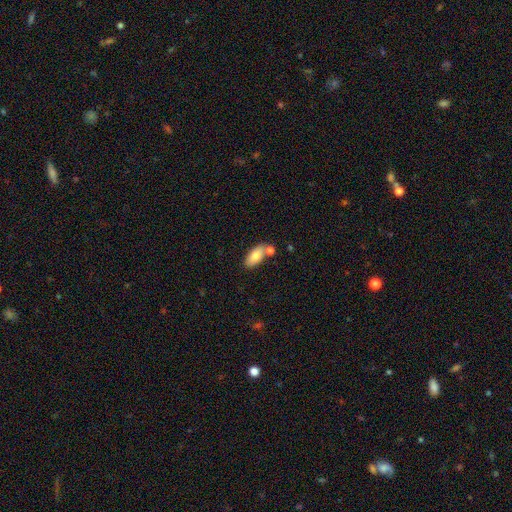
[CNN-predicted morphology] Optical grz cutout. It shows a smooth galaxy with no disk features (79%) that is in between round and cigar-shaped (89%). Merging: none (64%).